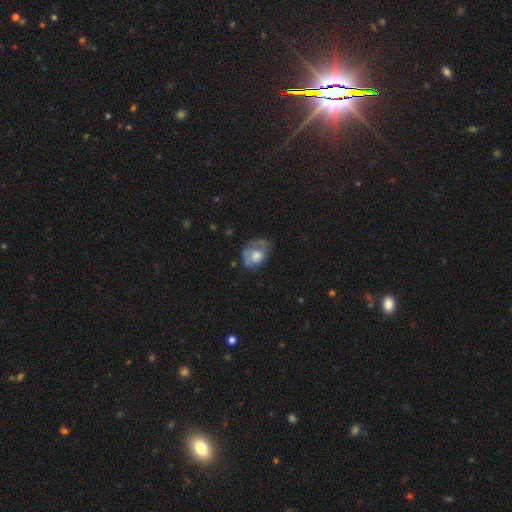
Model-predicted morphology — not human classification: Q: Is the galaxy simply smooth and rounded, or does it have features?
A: smooth — 50%.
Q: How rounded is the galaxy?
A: in between — 58%.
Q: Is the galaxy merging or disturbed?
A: none — 43%.